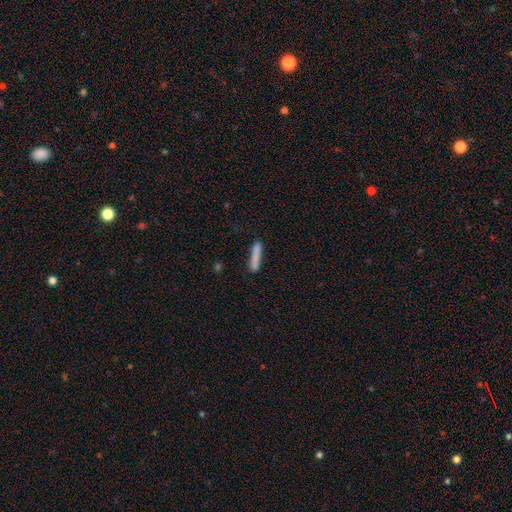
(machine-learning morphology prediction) Smooth or featured?
  - smooth: 82% *
  - featured or disk: 11%
  - star or artifact: 7%
How rounded?
  - cigar-shaped: 91% *
  - in between: 7%
  - round: 1%
Merging?
  - none: 79% *
  - minor disturbance: 14%
  - merger: 4%
  - major disturbance: 3%